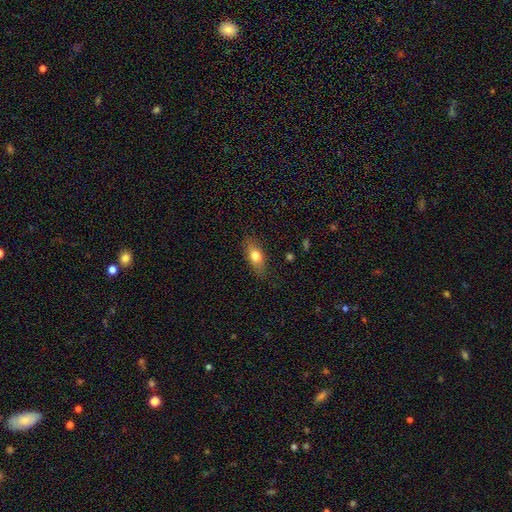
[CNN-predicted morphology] A smooth galaxy with no disk features (73%) that is in between round and cigar-shaped (77%). Merging: none (82%).